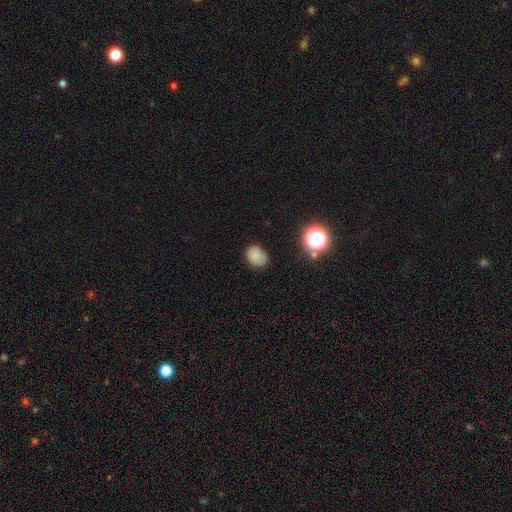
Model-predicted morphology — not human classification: Smooth or featured? smooth (79%)
How rounded? in between (62%)
Merging? none (76%)